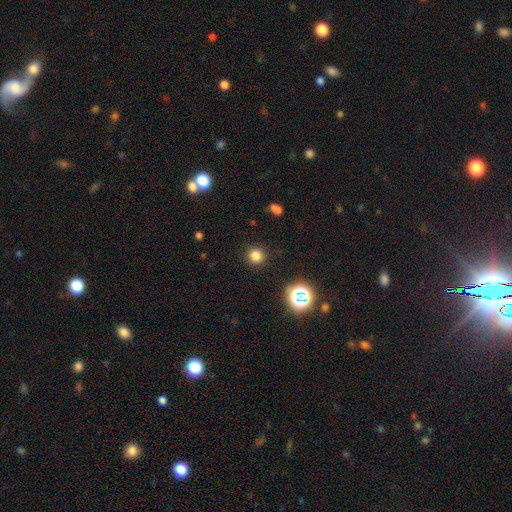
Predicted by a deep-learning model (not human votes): Smooth or featured: smooth — 79% (star or artifact — 17%)
How rounded: round — 92% (in between — 7%)
Merging: none — 90% (minor disturbance — 6%)